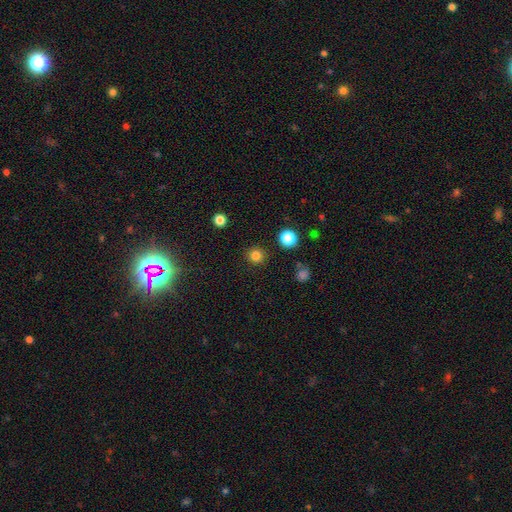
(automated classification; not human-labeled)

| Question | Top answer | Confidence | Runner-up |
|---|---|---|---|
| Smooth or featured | smooth | 82% | star or artifact (14%) |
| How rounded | round | 94% | in between (5%) |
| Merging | none | 91% | minor disturbance (5%) |